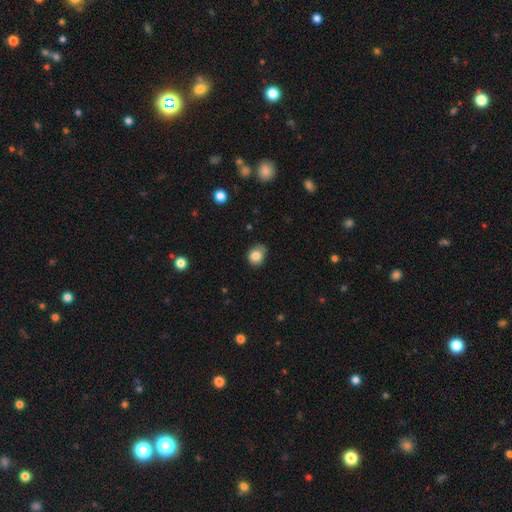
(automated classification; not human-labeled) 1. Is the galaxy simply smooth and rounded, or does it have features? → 82% smooth, 10% star or artifact, 8% featured or disk.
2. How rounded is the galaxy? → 73% round, 26% in between, 1% cigar-shaped.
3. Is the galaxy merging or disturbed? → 68% none, 25% minor disturbance, 5% major disturbance, 2% merger.